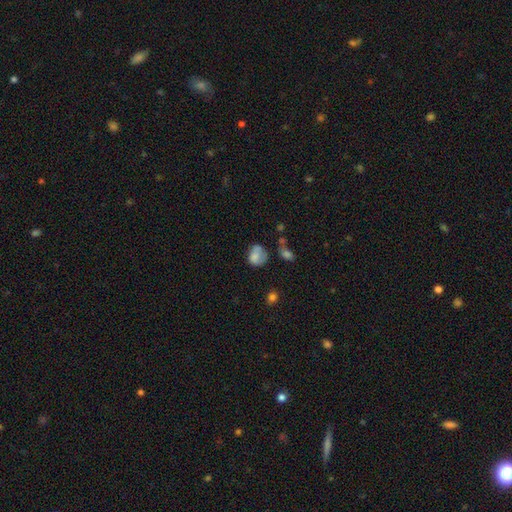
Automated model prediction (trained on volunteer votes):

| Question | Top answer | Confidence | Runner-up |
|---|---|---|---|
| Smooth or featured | smooth | 71% | featured or disk (19%) |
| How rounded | round | 55% | in between (44%) |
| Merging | none | 36% | minor disturbance (32%) |